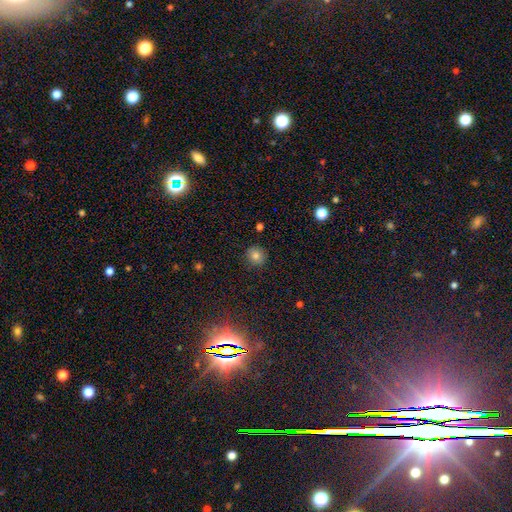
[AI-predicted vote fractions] This appears to be a smooth galaxy with no disk features (78%) that is round (88%). Merging: none (88%).